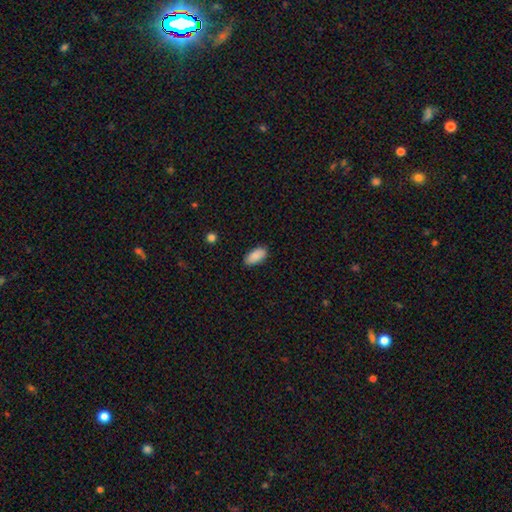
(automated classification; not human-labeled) Smooth or featured? Predicted: smooth (p=0.90). How rounded? Predicted: in between (p=0.92). Merging? Predicted: none (p=0.86).